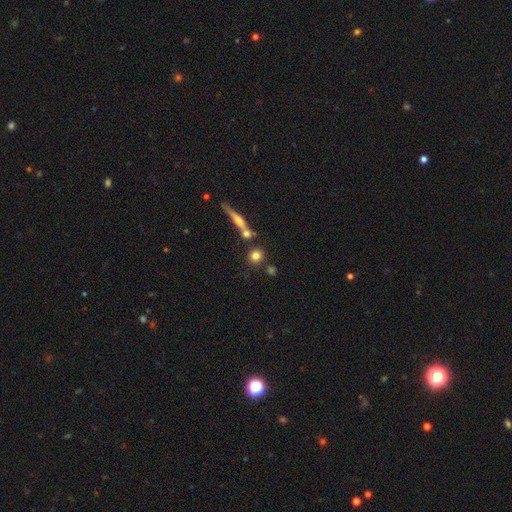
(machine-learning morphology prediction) The model was most divided on "merging": none: 70%, merger: 17%, minor disturbance: 9%, major disturbance: 4%. More confident: how rounded — round (86%); smooth or featured — smooth (77%).